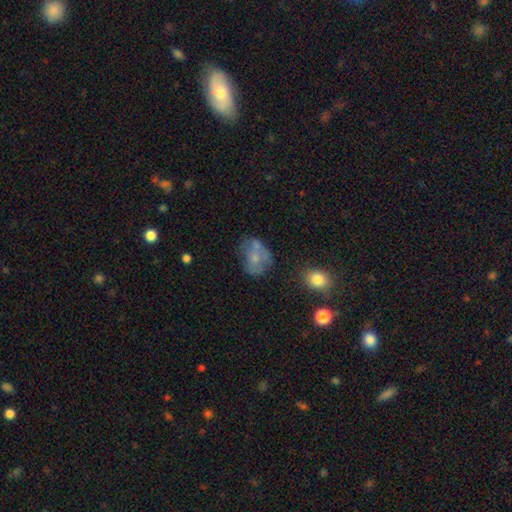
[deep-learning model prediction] A smooth galaxy with no disk features (53%) that is in between round and cigar-shaped (56%).

Vote fractions:
- Smooth or featured? smooth: 53% / featured or disk: 36% / star or artifact: 11%
- How rounded? in between: 56% / round: 42% / cigar-shaped: 1%
- Merging? none: 40% / minor disturbance: 25% / major disturbance: 18% / merger: 17%